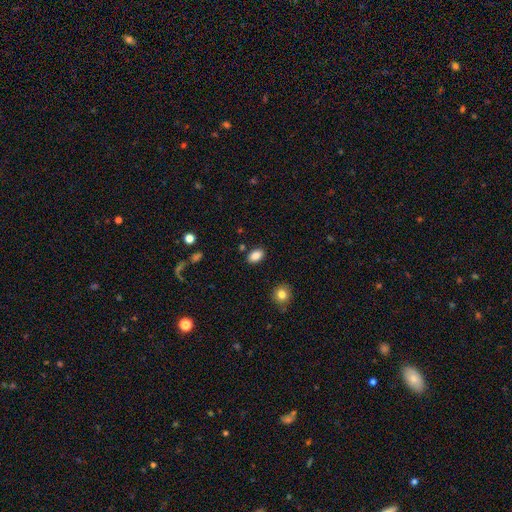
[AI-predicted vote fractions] This appears to be a smooth galaxy with no disk features (87%) that is in between round and cigar-shaped (86%). Merging: none (86%).